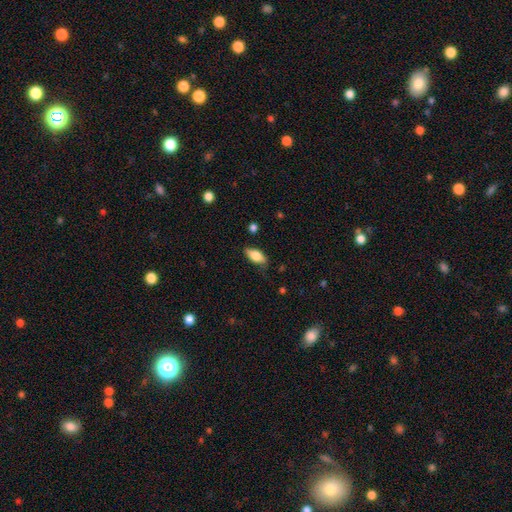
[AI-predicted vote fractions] Smooth or featured? Predicted: smooth (p=0.80). How rounded? Predicted: in between (p=0.87). Merging? Predicted: none (p=0.73).